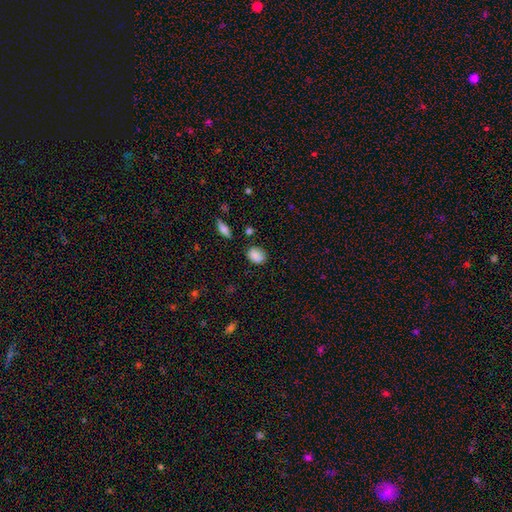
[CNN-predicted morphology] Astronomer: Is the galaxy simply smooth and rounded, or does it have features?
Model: smooth — 85%.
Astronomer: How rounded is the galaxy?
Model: in between — 65%.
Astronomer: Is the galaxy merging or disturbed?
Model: none — 75%.